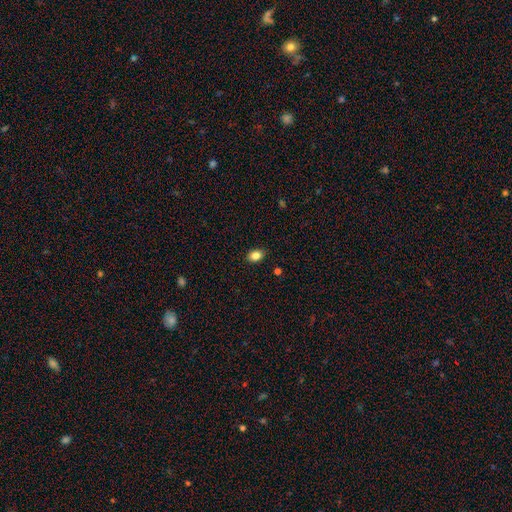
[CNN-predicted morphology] A smooth galaxy with no disk features (84%) that is in between round and cigar-shaped (77%).

Vote fractions:
- Smooth or featured? smooth: 84% / star or artifact: 10% / featured or disk: 6%
- How rounded? in between: 77% / round: 21% / cigar-shaped: 1%
- Merging? none: 88% / minor disturbance: 9% / major disturbance: 2% / merger: 1%